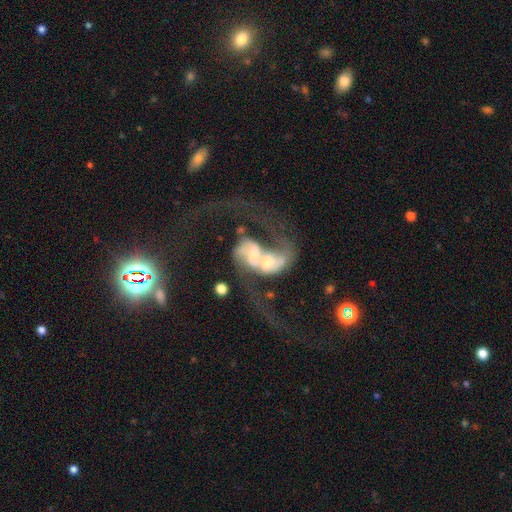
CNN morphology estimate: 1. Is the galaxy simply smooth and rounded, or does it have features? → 81% featured or disk, 12% smooth, 8% star or artifact.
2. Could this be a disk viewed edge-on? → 97% no, 3% yes.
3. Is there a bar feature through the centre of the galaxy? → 51% no, 32% weak, 16% strong.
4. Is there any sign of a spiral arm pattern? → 86% yes, 14% no.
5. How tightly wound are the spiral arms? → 70% loose, 24% medium, 6% tight.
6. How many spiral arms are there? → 80% 2, 8% can't tell, 7% 1, 2% 3, 1% 4, 1% more than 4.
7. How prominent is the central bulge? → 44% moderate, 31% small, 13% large, 9% none, 3% dominant.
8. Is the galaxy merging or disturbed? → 69% merger, 16% major disturbance, 11% none, 5% minor disturbance.